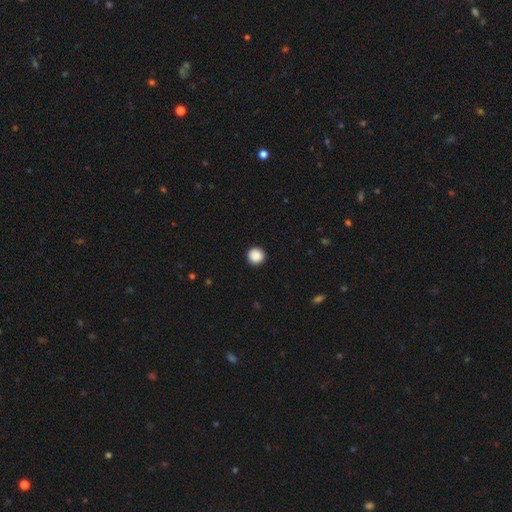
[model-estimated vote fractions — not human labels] Smooth or featured: smooth — 89% (star or artifact — 9%)
How rounded: round — 96% (in between — 3%)
Merging: none — 93% (minor disturbance — 4%)